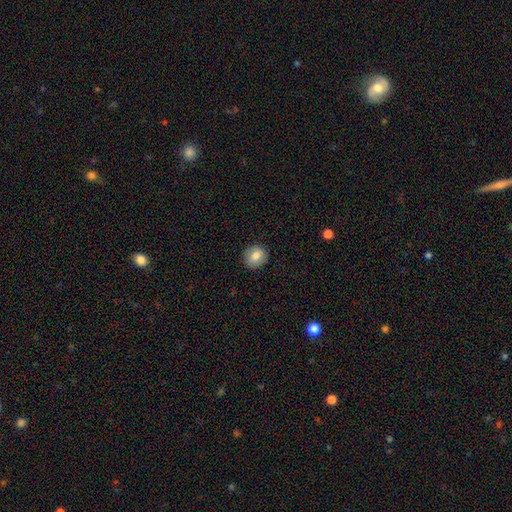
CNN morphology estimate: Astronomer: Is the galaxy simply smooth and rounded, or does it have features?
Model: smooth — 81%.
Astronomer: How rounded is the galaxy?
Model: round — 82%.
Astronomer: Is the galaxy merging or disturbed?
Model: none — 89%.